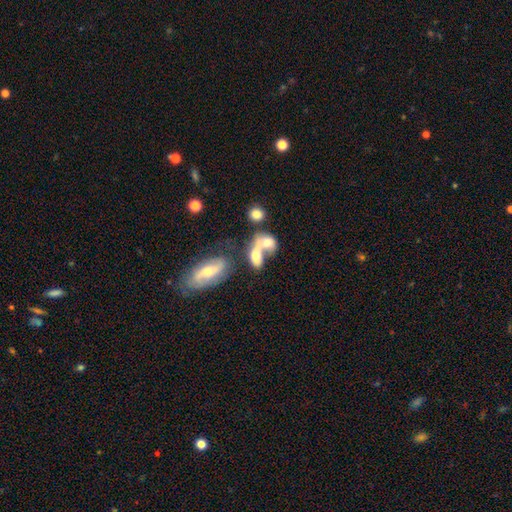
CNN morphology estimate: A smooth galaxy with no disk features (62%) that is in between round and cigar-shaped (77%).

Vote fractions:
- Smooth or featured? smooth: 62% / featured or disk: 28% / star or artifact: 10%
- How rounded? in between: 77% / round: 17% / cigar-shaped: 6%
- Merging? merger: 69% / none: 15% / major disturbance: 8% / minor disturbance: 7%